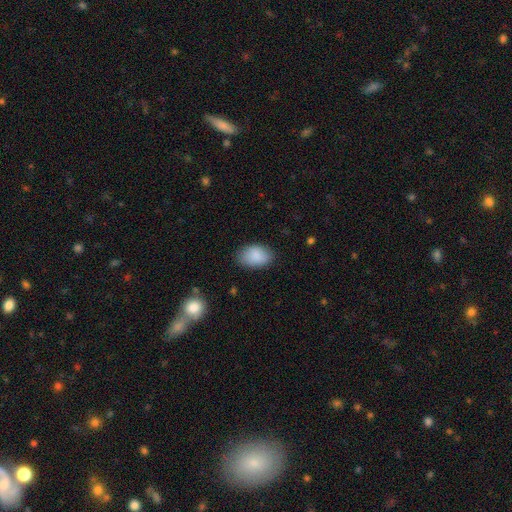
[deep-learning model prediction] This appears to be a smooth galaxy with no disk features (88%) that is in between round and cigar-shaped (88%). Merging: none (80%).